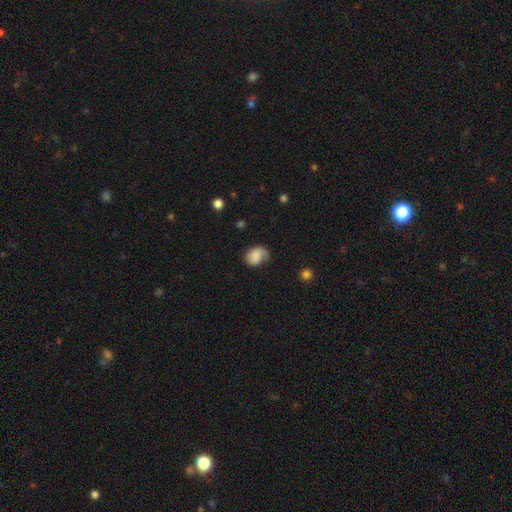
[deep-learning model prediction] This appears to be a smooth galaxy with no disk features (75%) that is in between round and cigar-shaped (56%). Merging: none (46%).